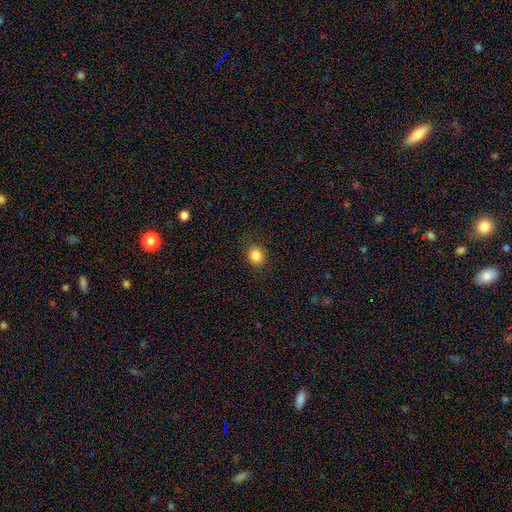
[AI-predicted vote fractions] The model was most divided on "how rounded": round: 82%, in between: 17%, cigar-shaped: 1%. More confident: merging — none (89%); smooth or featured — smooth (85%).